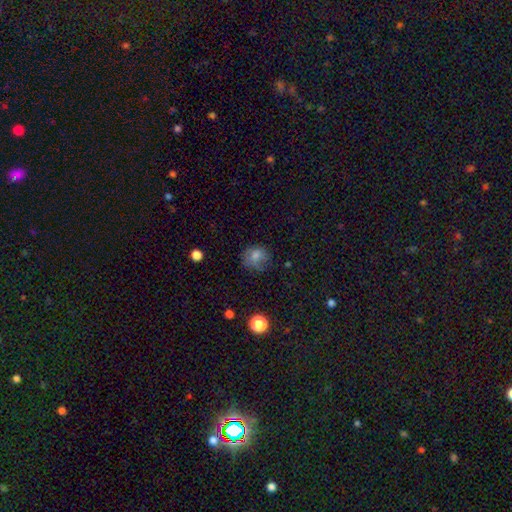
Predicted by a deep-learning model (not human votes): Overall: smooth (75%). How rounded: round (75%). Merging: none (65%).